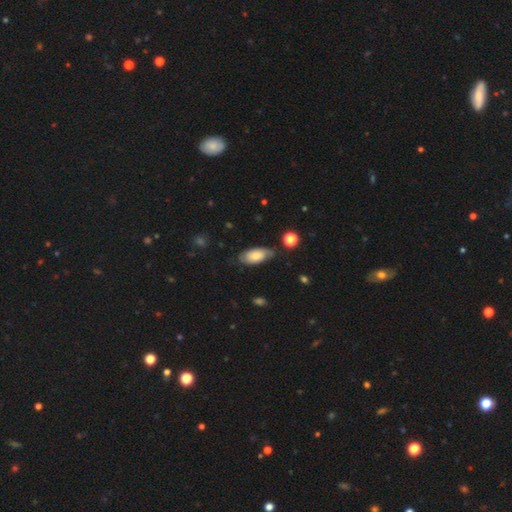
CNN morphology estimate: Smooth or featured: smooth — 69% (featured or disk — 24%)
How rounded: in between — 89% (cigar-shaped — 8%)
Merging: none — 68% (minor disturbance — 24%)